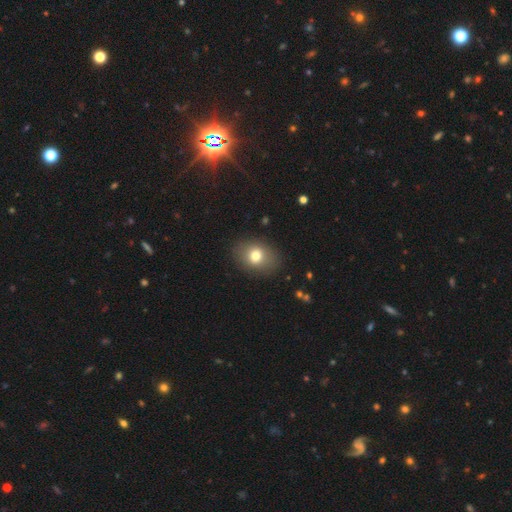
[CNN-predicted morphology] This is likely a smooth galaxy (76%). How rounded: likely in between (63%). Merging: clearly none (86%).